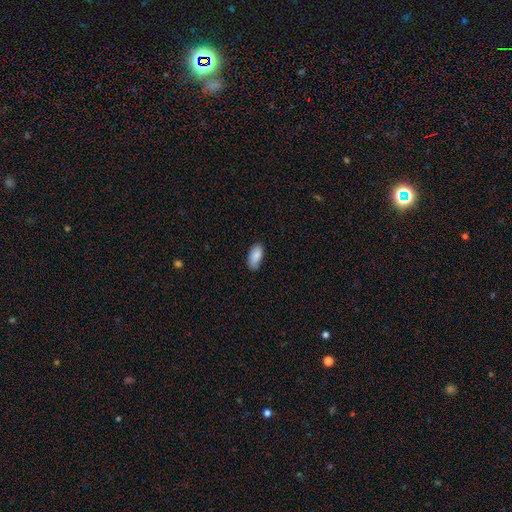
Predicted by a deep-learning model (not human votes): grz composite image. It shows a smooth galaxy with no disk features (87%) that is in between round and cigar-shaped (93%). Merging: none (78%).